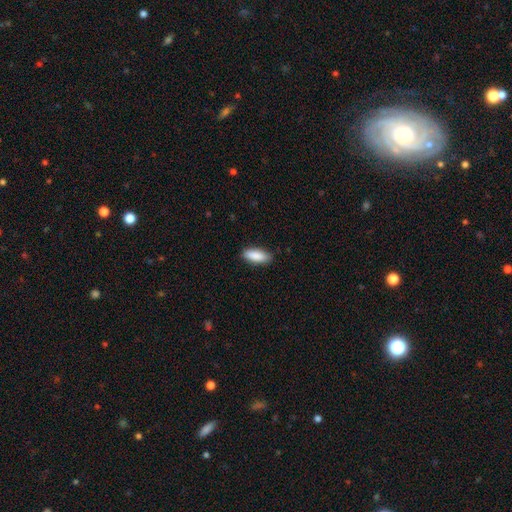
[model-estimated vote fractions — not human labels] This is clearly a smooth galaxy (88%). How rounded: likely in between (74%). Merging: clearly none (86%).